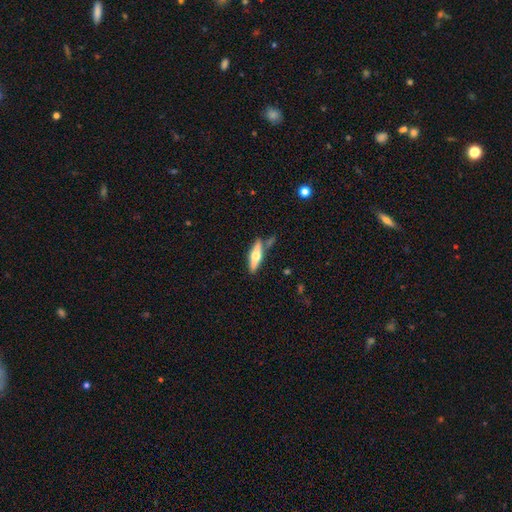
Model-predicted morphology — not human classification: Smooth or featured? featured or disk (56%)
Edge-on disk? yes (94%)
Edge-on bulge? rounded (94%)
Merging? none (75%)